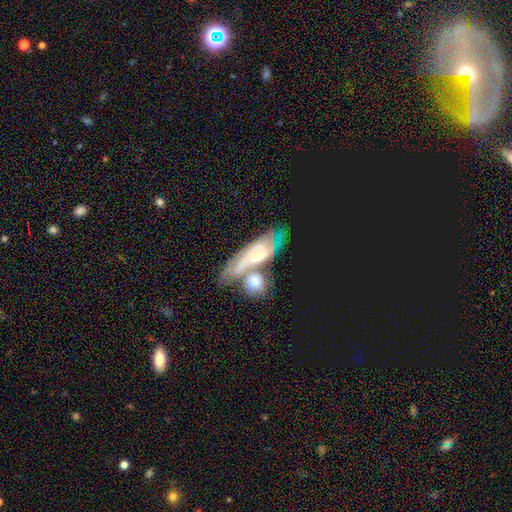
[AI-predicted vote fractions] This is likely a featured or disk galaxy (69%). It is clearly not viewed edge-on (80%). Bar: possibly no (58%). Spiral arm pattern: clearly yes (85%). Central bulge: possibly small (53%). Merging: marginally merger (43%).